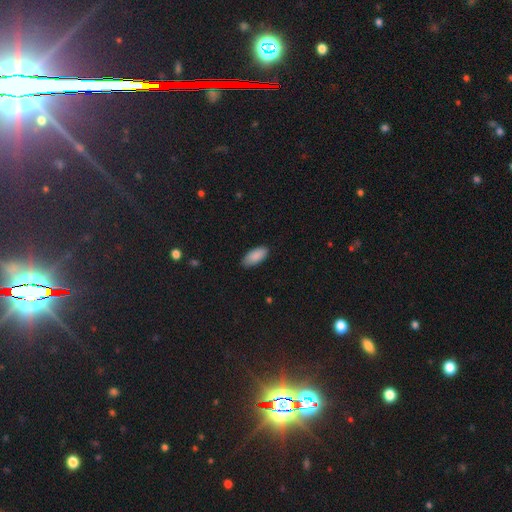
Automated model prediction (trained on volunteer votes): Q: Smooth or featured?
A: smooth (89%); runner-up: star or artifact (6%)
Q: How rounded?
A: in between (89%); runner-up: cigar-shaped (9%)
Q: Merging?
A: none (86%); runner-up: minor disturbance (11%)